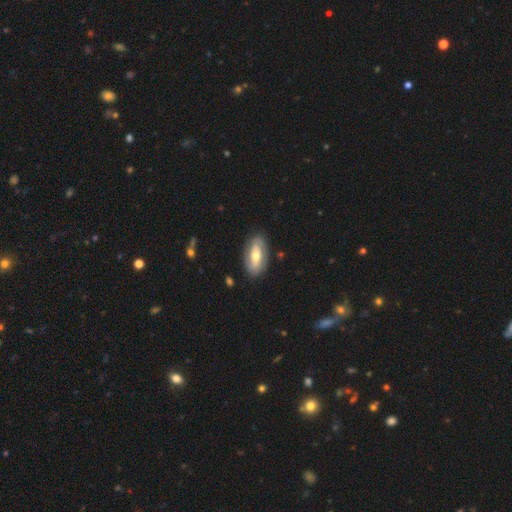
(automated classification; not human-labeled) Smooth or featured? featured or disk (55%)
Edge-on disk? no (87%)
Merging? none (83%)